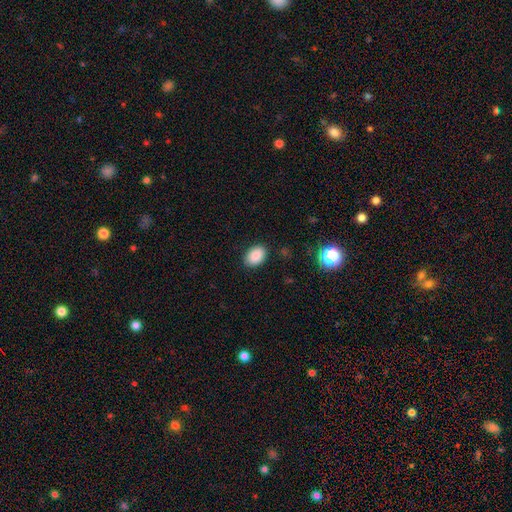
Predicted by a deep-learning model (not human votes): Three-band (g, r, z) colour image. It shows a smooth galaxy with no disk features (86%) that is in between round and cigar-shaped (85%). Merging: none (87%).